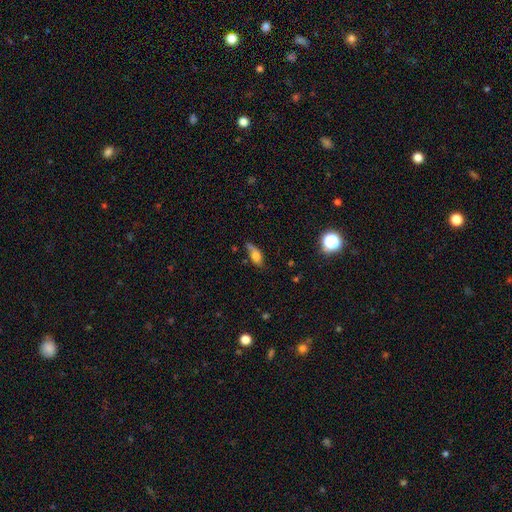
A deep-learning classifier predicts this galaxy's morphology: Overall: smooth (62%; featured or disk 27%). How rounded: in between (76%). Merging: none (45%; minor disturbance 34%).